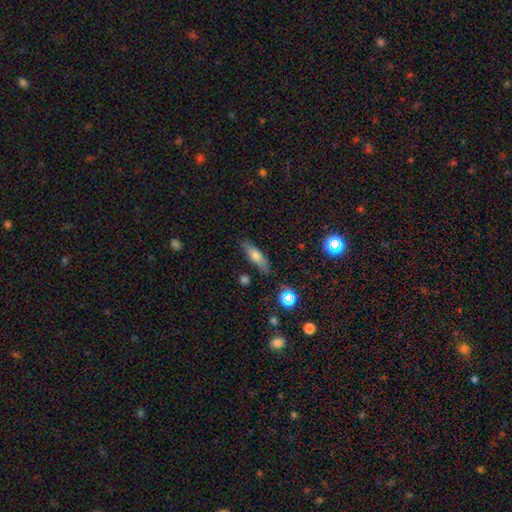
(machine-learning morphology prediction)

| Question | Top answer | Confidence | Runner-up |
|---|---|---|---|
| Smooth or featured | smooth | 60% | featured or disk (29%) |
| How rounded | cigar-shaped | 55% | in between (41%) |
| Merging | none | 81% | minor disturbance (13%) |